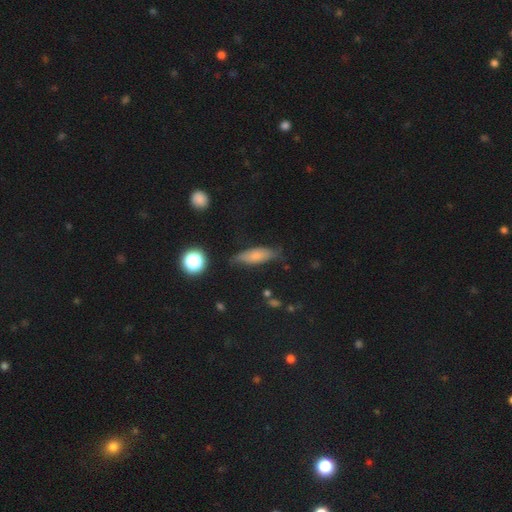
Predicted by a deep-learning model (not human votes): This appears to be a smooth galaxy with no disk features (69%) that is in between round and cigar-shaped (52%). Merging: none (74%).